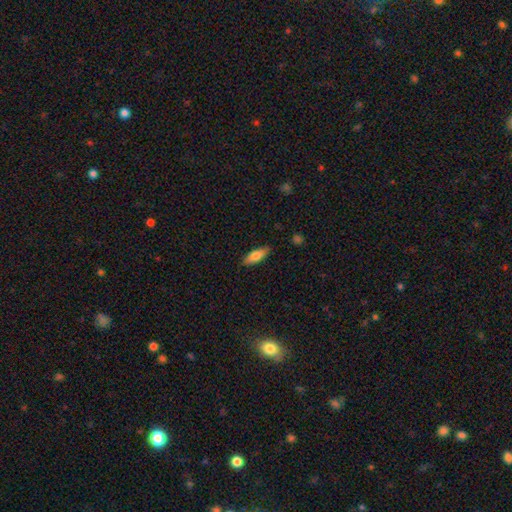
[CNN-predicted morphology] This appears to be a smooth galaxy with no disk features (75%) that is in between round and cigar-shaped (65%). Merging: none (86%).